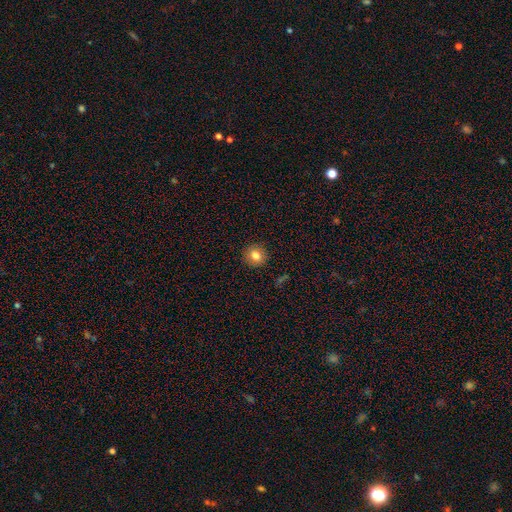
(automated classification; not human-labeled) Smooth or featured?
  - smooth: 82% *
  - star or artifact: 10%
  - featured or disk: 8%
How rounded?
  - round: 86% *
  - in between: 13%
  - cigar-shaped: 1%
Merging?
  - none: 91% *
  - minor disturbance: 6%
  - major disturbance: 2%
  - merger: 1%